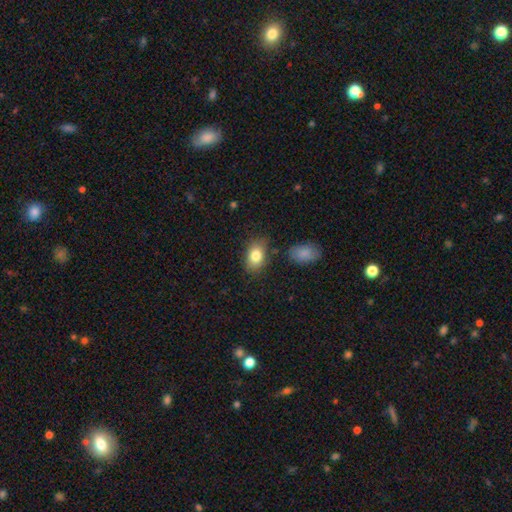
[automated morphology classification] type=smooth (81%); roundness=in between (83%); merging=none (77%).